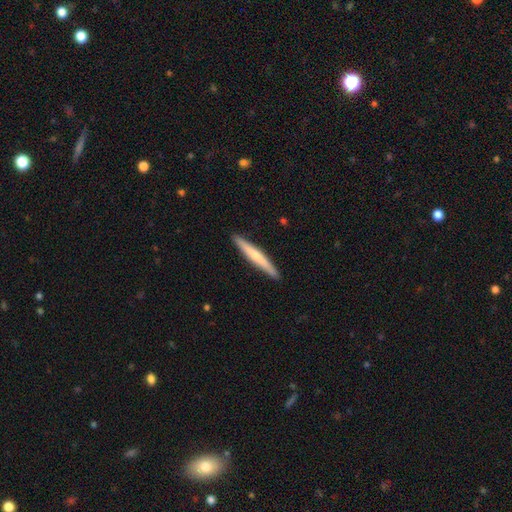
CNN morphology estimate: Smooth or featured?
  - smooth: 52% *
  - featured or disk: 43%
  - star or artifact: 5%
How rounded?
  - cigar-shaped: 96% *
  - in between: 3%
  - round: 1%
Merging?
  - none: 92% *
  - minor disturbance: 6%
  - major disturbance: 1%
  - merger: 1%